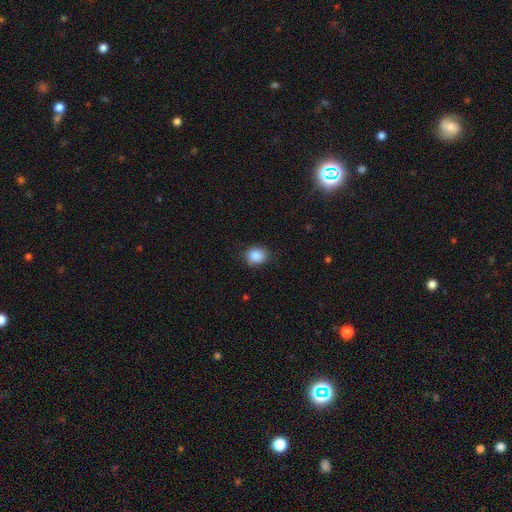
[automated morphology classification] A smooth galaxy with no disk features (88%) that is round (62%).

Vote fractions:
- Smooth or featured? smooth: 88% / star or artifact: 9% / featured or disk: 3%
- How rounded? round: 62% / in between: 37% / cigar-shaped: 1%
- Merging? none: 83% / minor disturbance: 13% / major disturbance: 3% / merger: 1%